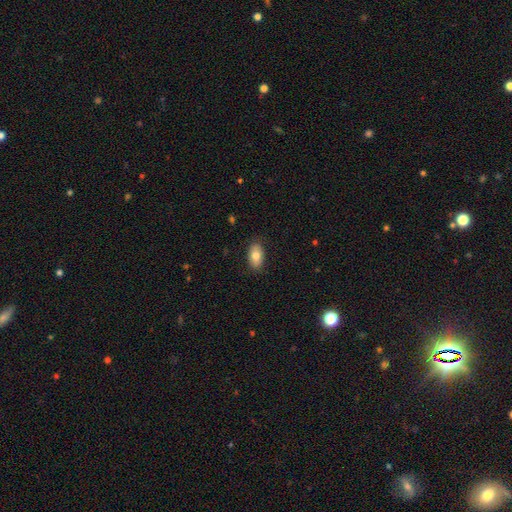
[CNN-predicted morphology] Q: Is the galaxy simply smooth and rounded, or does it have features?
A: smooth — 80%.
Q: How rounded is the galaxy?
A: in between — 92%.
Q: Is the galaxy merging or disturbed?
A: none — 86%.